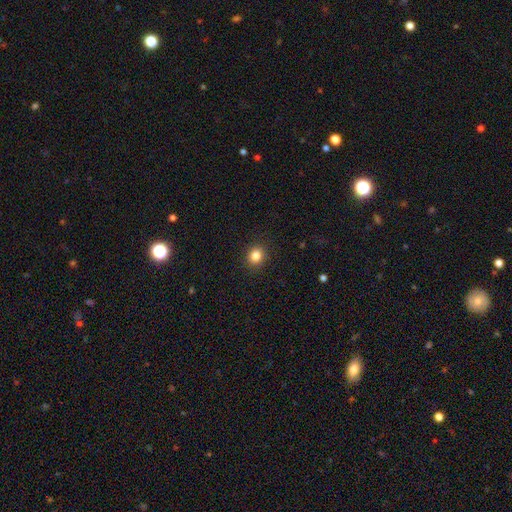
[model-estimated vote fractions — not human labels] Smooth or featured: smooth — 84% (star or artifact — 11%)
How rounded: round — 78% (in between — 22%)
Merging: none — 91% (minor disturbance — 6%)